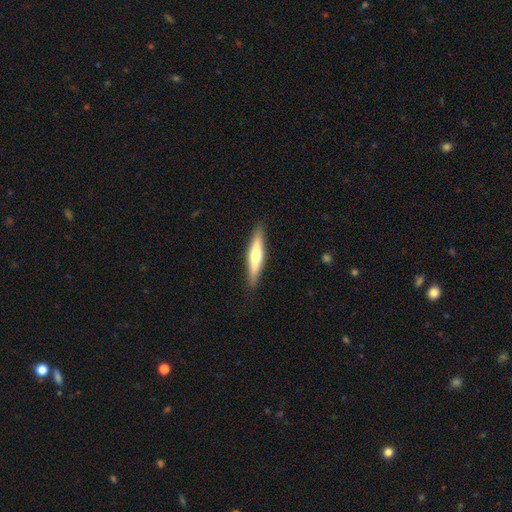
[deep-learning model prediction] Overall: smooth (53%; featured or disk 42%). How rounded: cigar-shaped (86%). Merging: none (90%).